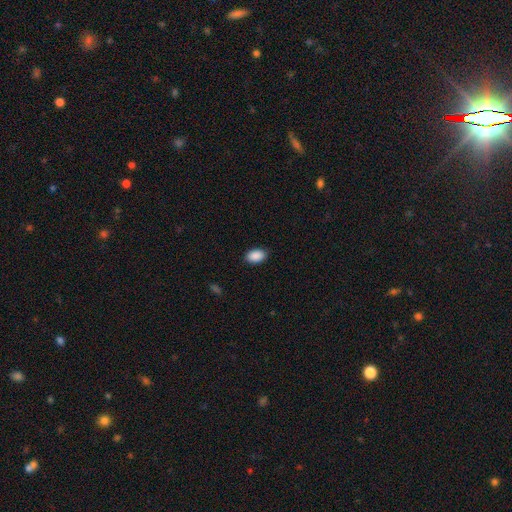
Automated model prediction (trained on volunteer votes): This is clearly a smooth galaxy (90%). How rounded: clearly in between (90%). Merging: clearly none (87%).